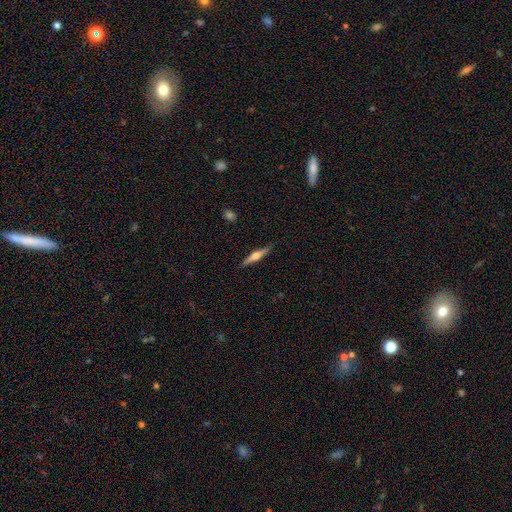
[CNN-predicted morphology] A featured or disk galaxy (65%) viewed edge-on (97%) with a rounded central bulge (91%). Merging: none (90%).